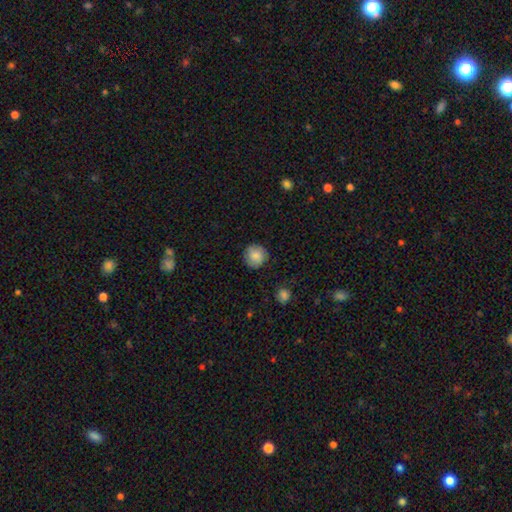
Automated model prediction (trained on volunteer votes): smooth 83%, featured or disk 9%, star or artifact 7%. Down the decision tree: how rounded — round (92%); merging — none (85%).